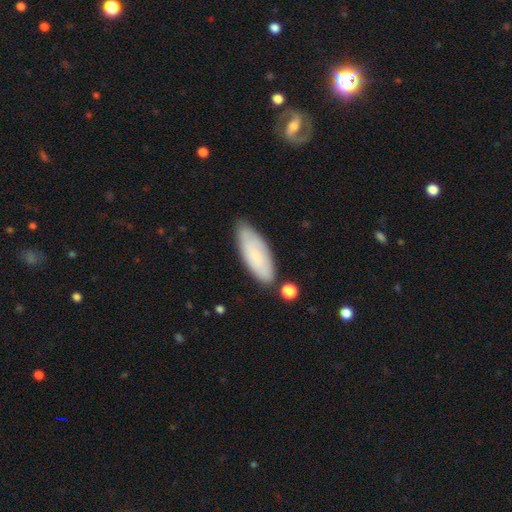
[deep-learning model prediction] Smooth or featured?
  - smooth: 75% *
  - featured or disk: 17%
  - star or artifact: 7%
How rounded?
  - in between: 70% *
  - cigar-shaped: 28%
  - round: 2%
Merging?
  - none: 74% *
  - minor disturbance: 18%
  - merger: 4%
  - major disturbance: 4%